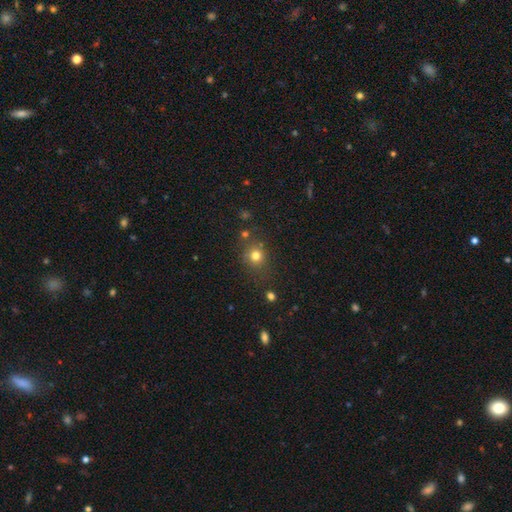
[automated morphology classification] smooth 75%, star or artifact 17%, featured or disk 8%. Down the decision tree: how rounded — round (84%); merging — none (76%).